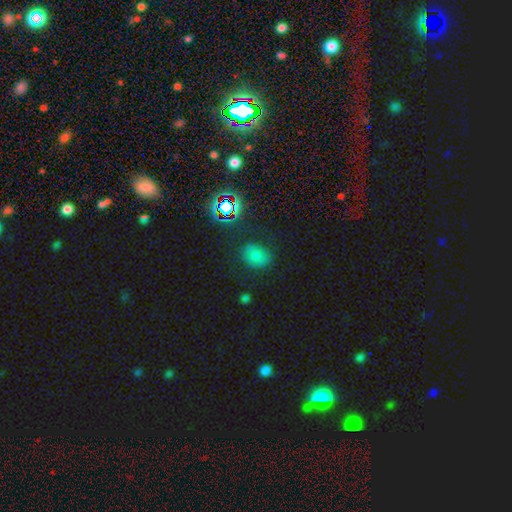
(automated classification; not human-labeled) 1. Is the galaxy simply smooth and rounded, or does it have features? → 68% smooth, 24% star or artifact, 8% featured or disk.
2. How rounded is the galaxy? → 53% in between, 45% round, 1% cigar-shaped.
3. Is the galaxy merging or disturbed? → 78% none, 15% minor disturbance, 5% major disturbance, 2% merger.